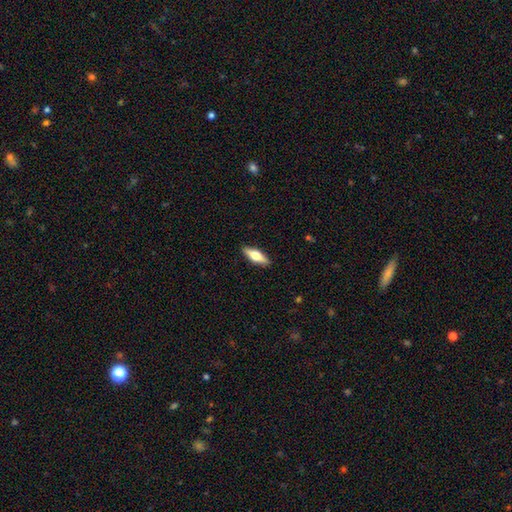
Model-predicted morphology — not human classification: Smooth or featured?
  - featured or disk: 48% *
  - smooth: 47%
  - star or artifact: 6%
Merging?
  - none: 90% *
  - minor disturbance: 7%
  - major disturbance: 2%
  - merger: 1%